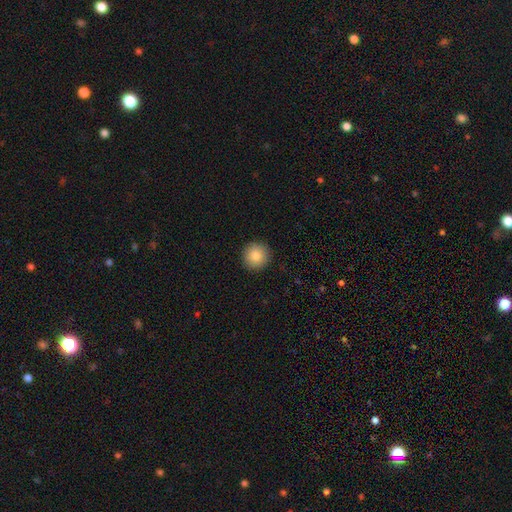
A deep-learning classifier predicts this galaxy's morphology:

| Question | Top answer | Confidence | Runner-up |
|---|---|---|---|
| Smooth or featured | smooth | 86% | star or artifact (9%) |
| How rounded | round | 95% | in between (4%) |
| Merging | none | 93% | minor disturbance (5%) |